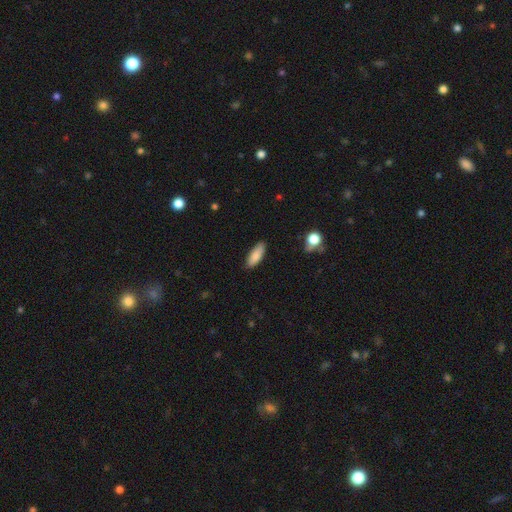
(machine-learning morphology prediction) This is clearly a smooth galaxy (86%). How rounded: likely in between (70%). Merging: clearly none (85%).